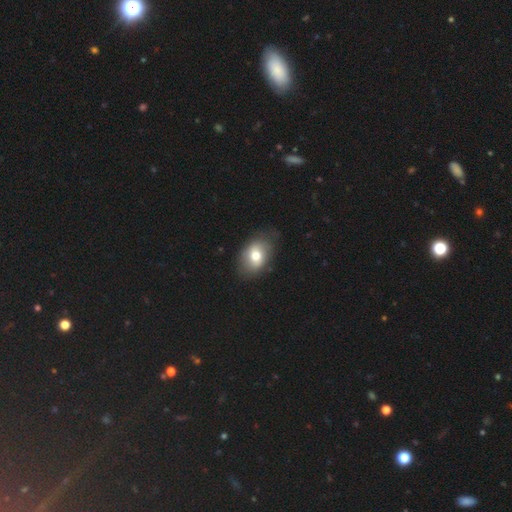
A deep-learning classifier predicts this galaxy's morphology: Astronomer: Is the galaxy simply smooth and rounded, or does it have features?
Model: smooth — 70%.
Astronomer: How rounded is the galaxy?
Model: in between — 80%.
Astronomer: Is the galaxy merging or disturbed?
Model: none — 74%.